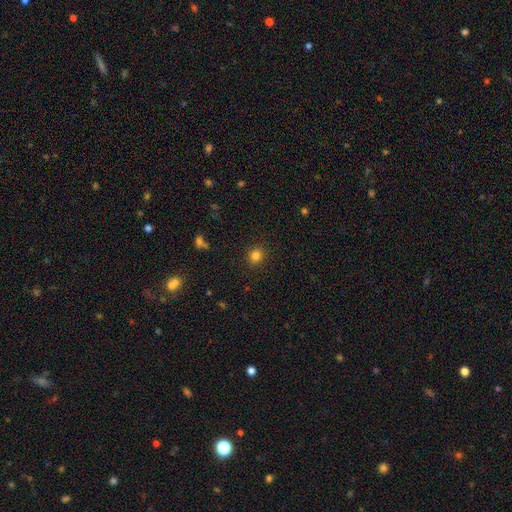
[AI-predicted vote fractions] Q: Smooth or featured?
A: smooth (82%); runner-up: star or artifact (13%)
Q: How rounded?
A: round (79%); runner-up: in between (20%)
Q: Merging?
A: none (89%); runner-up: minor disturbance (7%)